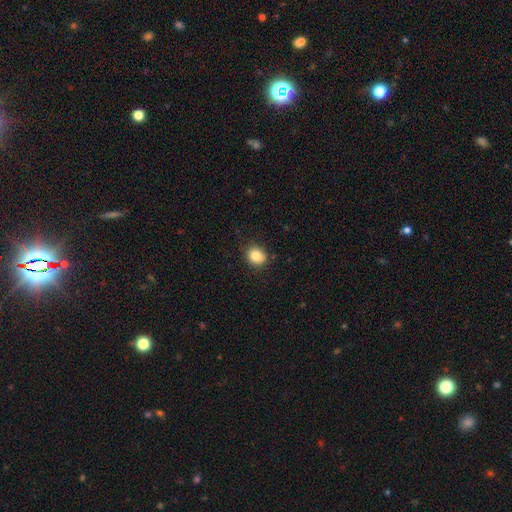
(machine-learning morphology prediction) Q: Smooth or featured?
A: smooth (84%); runner-up: star or artifact (10%)
Q: How rounded?
A: round (73%); runner-up: in between (26%)
Q: Merging?
A: none (81%); runner-up: minor disturbance (15%)